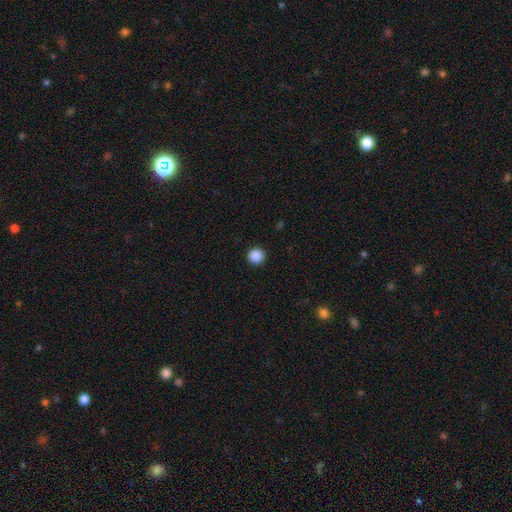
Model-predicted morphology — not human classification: This appears to be a smooth galaxy with no disk features (88%) that is round (95%). Merging: none (93%).